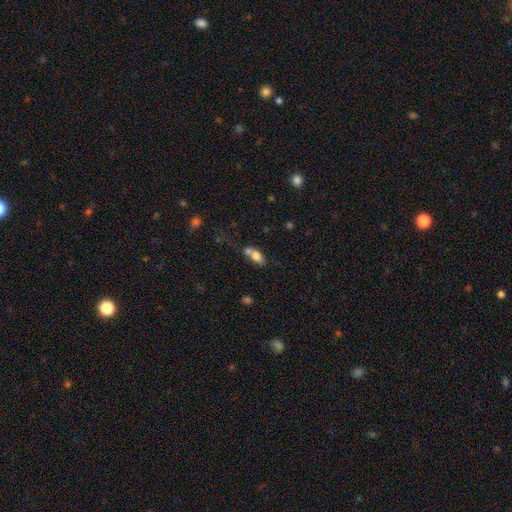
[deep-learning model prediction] Morphology: type=smooth (76%); roundness=in between (82%); merging=merger (52%).